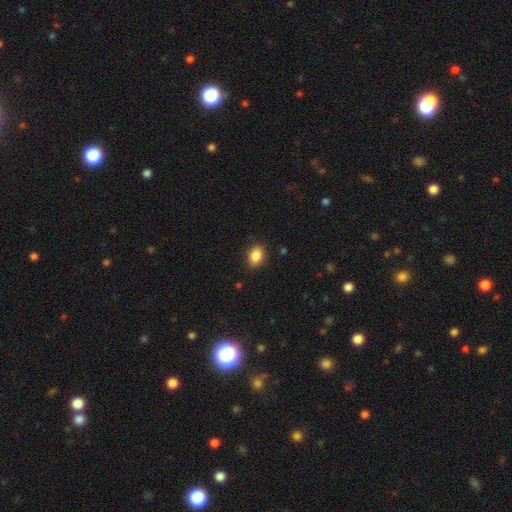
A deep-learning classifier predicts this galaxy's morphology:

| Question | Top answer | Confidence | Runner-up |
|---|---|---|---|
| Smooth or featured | smooth | 87% | star or artifact (8%) |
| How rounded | in between | 77% | round (22%) |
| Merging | none | 87% | minor disturbance (10%) |